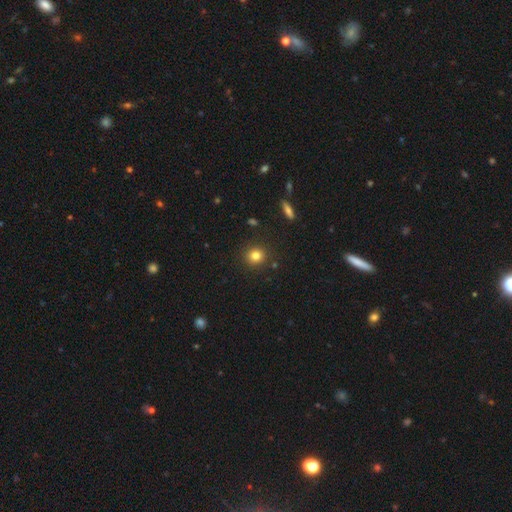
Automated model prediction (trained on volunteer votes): Smooth or featured?
  - smooth: 81% *
  - star or artifact: 13%
  - featured or disk: 7%
How rounded?
  - round: 89% *
  - in between: 10%
  - cigar-shaped: 1%
Merging?
  - none: 90% *
  - minor disturbance: 6%
  - major disturbance: 2%
  - merger: 2%